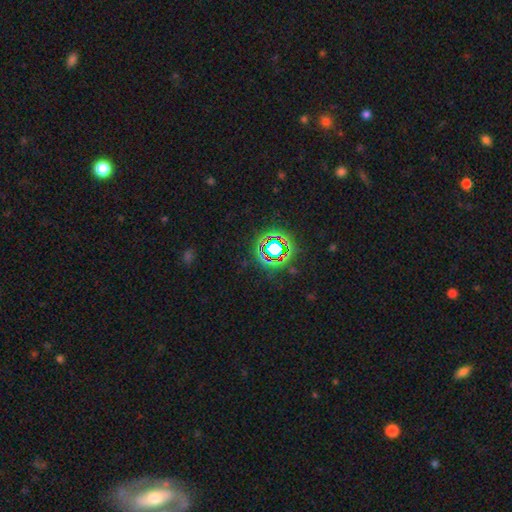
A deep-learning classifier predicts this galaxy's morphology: Smooth or featured: star or artifact — 74% (smooth — 16%)